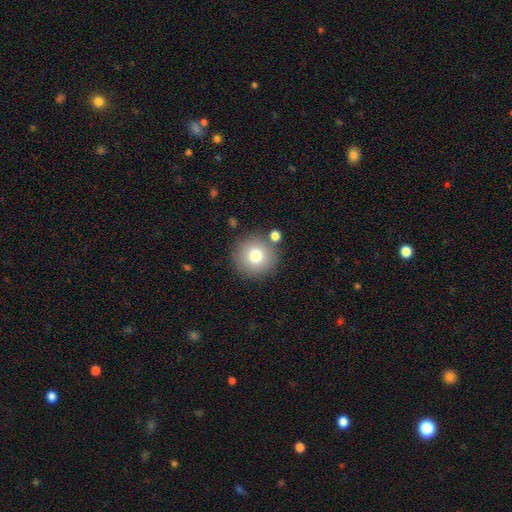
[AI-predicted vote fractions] Morphology: type=smooth (78%); roundness=round (95%); merging=none (83%).